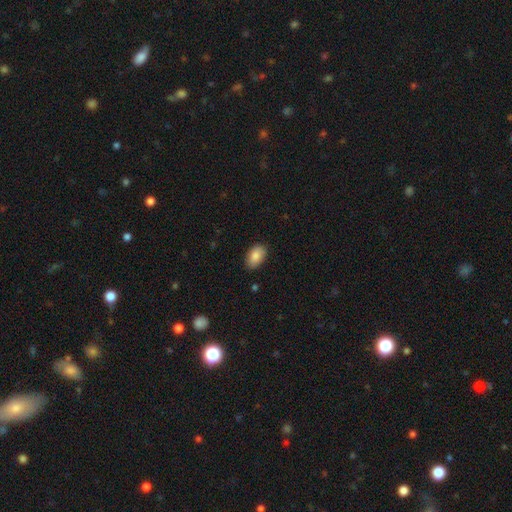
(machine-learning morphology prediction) smooth-or-featured: smooth: 88% | star or artifact: 7% | featured or disk: 5%
  how-rounded: in between: 92% | round: 6% | cigar-shaped: 2%
  merging: none: 85% | minor disturbance: 11% | major disturbance: 2% | merger: 1%